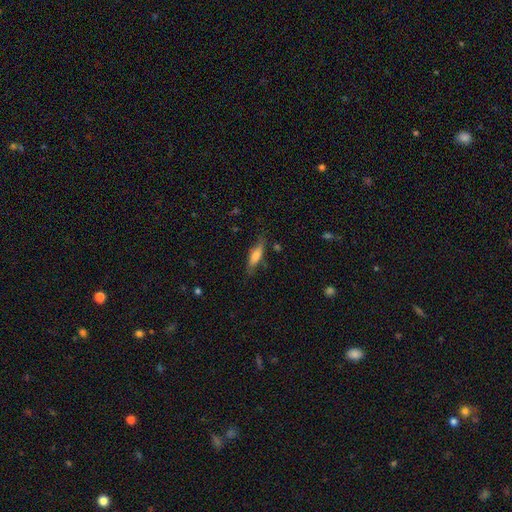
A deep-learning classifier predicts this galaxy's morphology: Smooth or featured?
  - smooth: 64% *
  - featured or disk: 29%
  - star or artifact: 7%
How rounded?
  - cigar-shaped: 57% *
  - in between: 41%
  - round: 2%
Merging?
  - none: 72% *
  - minor disturbance: 20%
  - major disturbance: 5%
  - merger: 2%